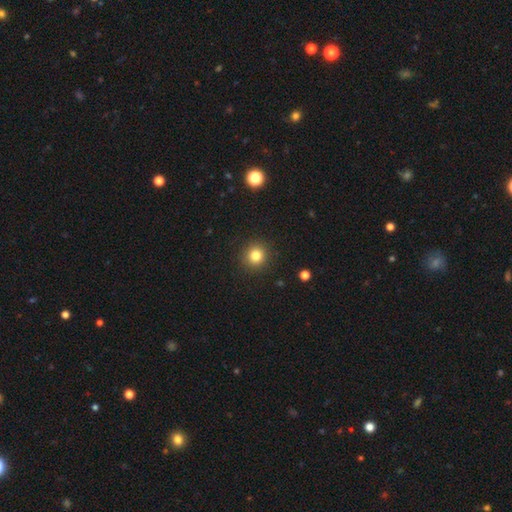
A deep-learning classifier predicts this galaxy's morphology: A smooth galaxy with no disk features (81%) that is round (93%).

Vote fractions:
- Smooth or featured? smooth: 81% / star or artifact: 13% / featured or disk: 6%
- How rounded? round: 93% / in between: 6% / cigar-shaped: 1%
- Merging? none: 91% / minor disturbance: 6% / major disturbance: 2% / merger: 1%